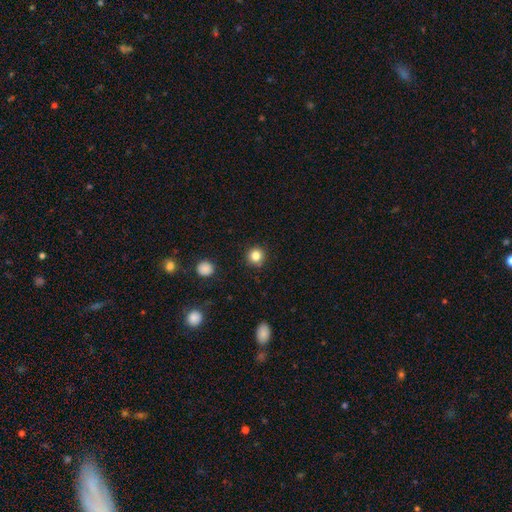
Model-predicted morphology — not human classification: The model was most divided on "smooth or featured": smooth: 83%, star or artifact: 12%, featured or disk: 5%. More confident: how rounded — round (93%); merging — none (90%).